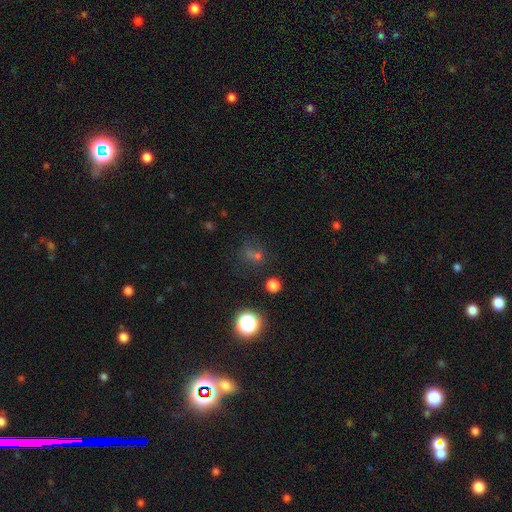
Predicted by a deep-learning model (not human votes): Overall: smooth (46%; star or artifact 43%). Merging: none (61%).